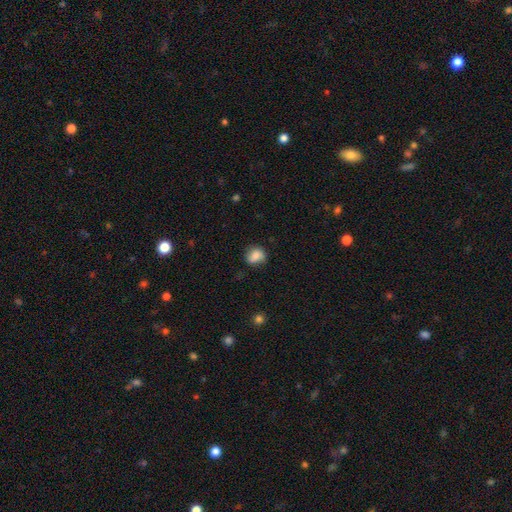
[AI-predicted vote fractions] A smooth galaxy with no disk features (82%) that is round (61%). Merging: none (67%).